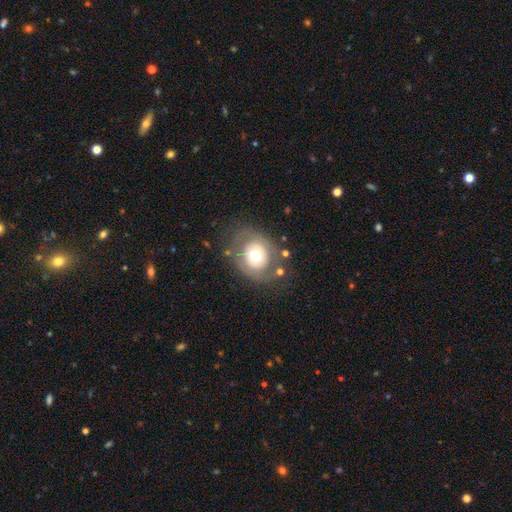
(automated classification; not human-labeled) Q: Smooth or featured?
A: featured or disk (47%); runner-up: smooth (45%)
Q: Merging?
A: none (67%); runner-up: minor disturbance (17%)